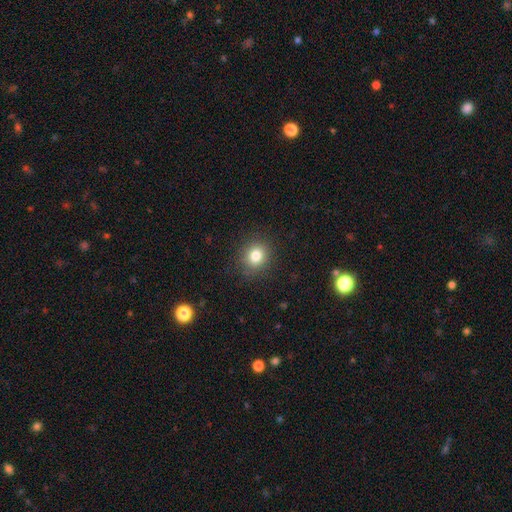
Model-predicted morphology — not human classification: This appears to be a smooth galaxy with no disk features (81%) that is round (79%). Merging: none (88%).